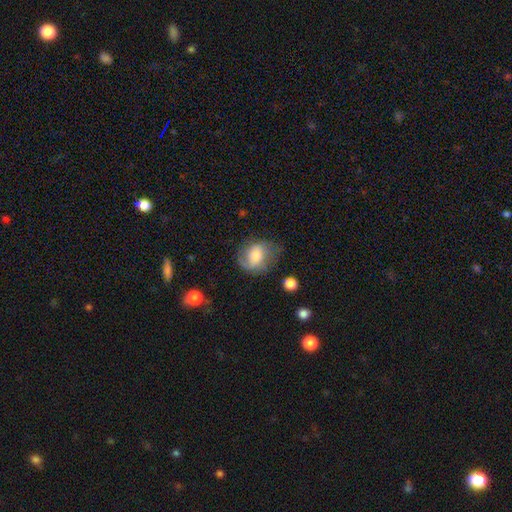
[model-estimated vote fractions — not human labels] Overall: smooth (47%; featured or disk 45%). Merging: none (52%; minor disturbance 28%).